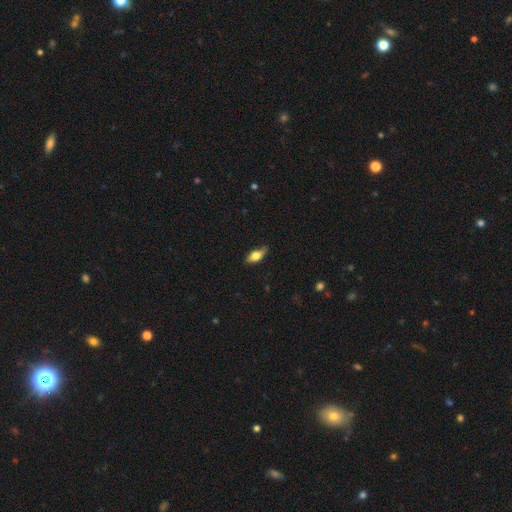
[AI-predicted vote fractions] This appears to be a smooth galaxy with no disk features (64%) that is in between round and cigar-shaped (77%). Merging: none (79%).